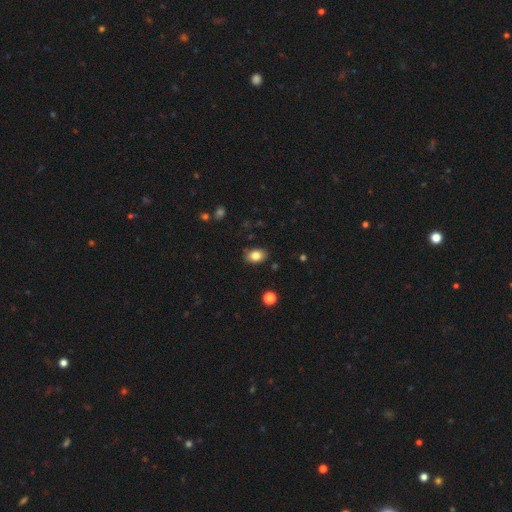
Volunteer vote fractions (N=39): Smooth or featured? 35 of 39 (90%) said smooth. How rounded? 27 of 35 (77%) said in between. Merging? 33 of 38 (87%) said none.